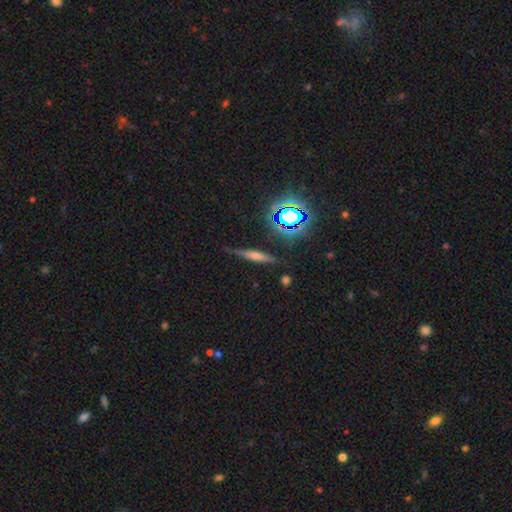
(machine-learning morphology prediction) smooth_or_featured: featured or disk (p=0.43) [alt: smooth p=0.37]
merging: none (p=0.81) [alt: minor disturbance p=0.13]